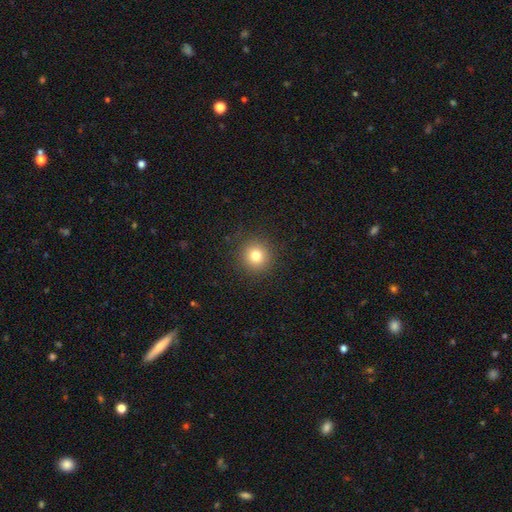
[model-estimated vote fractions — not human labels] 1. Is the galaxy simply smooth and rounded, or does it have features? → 79% smooth, 13% star or artifact, 8% featured or disk.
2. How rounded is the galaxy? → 94% round, 5% in between, 1% cigar-shaped.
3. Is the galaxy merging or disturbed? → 91% none, 6% minor disturbance, 2% major disturbance, 1% merger.